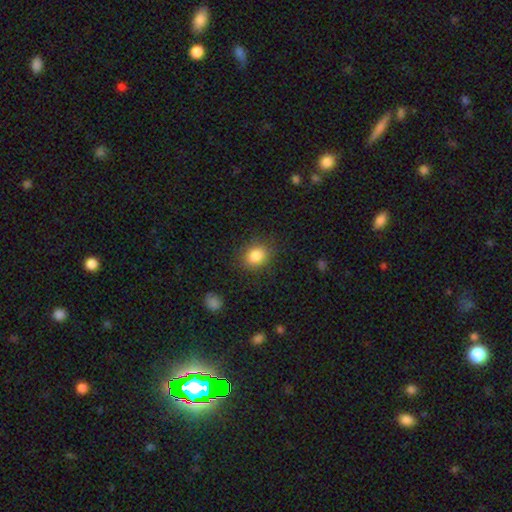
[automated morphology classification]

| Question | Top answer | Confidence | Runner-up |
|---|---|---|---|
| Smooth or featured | smooth | 85% | star or artifact (9%) |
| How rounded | round | 57% | in between (42%) |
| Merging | none | 83% | minor disturbance (12%) |